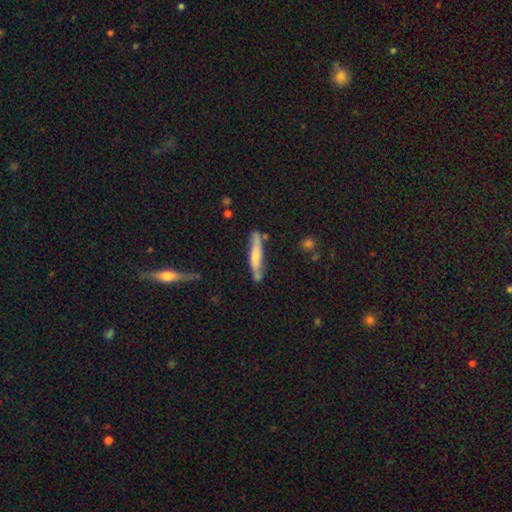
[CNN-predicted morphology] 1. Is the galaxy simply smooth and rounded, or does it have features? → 55% smooth, 39% featured or disk, 6% star or artifact.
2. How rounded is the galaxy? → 89% cigar-shaped, 9% in between, 2% round.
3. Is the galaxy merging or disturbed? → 72% none, 17% minor disturbance, 7% merger, 4% major disturbance.